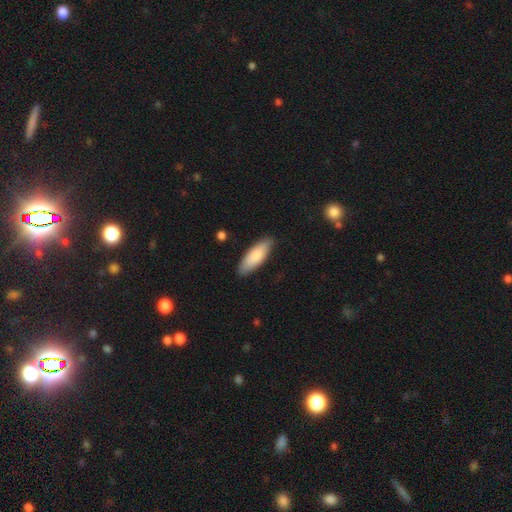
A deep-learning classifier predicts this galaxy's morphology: Overall: smooth (81%). How rounded: in between (63%; cigar-shaped 36%). Merging: none (87%).